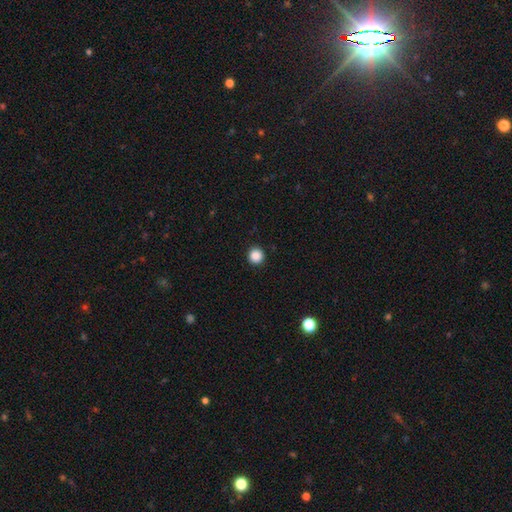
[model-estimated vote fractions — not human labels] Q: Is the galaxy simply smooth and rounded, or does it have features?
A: smooth — 87%.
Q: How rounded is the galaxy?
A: round — 95%.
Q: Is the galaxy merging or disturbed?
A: none — 93%.